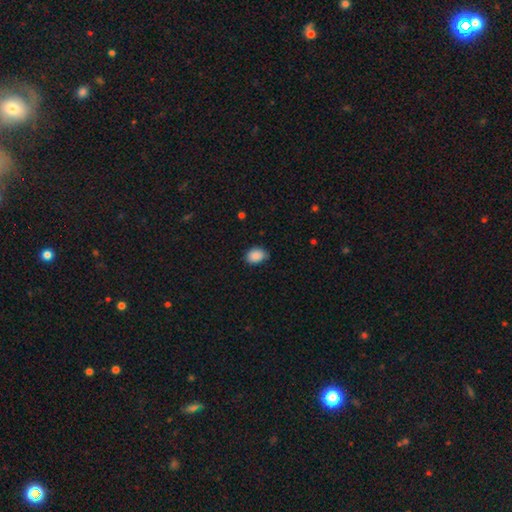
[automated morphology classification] smooth 89%, star or artifact 8%, featured or disk 3%. Down the decision tree: how rounded — in between (69%); merging — none (73%).